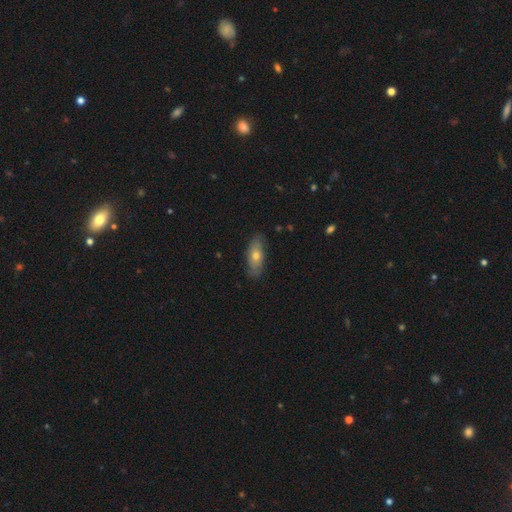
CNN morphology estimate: smooth 59%, featured or disk 33%, star or artifact 7%. Down the decision tree: how rounded — in between (70%); merging — none (83%).